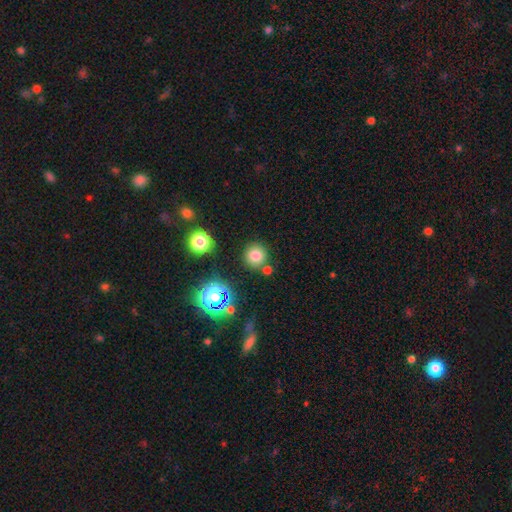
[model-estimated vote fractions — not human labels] Morphology: type=smooth (76%); roundness=round (93%); merging=none (81%).